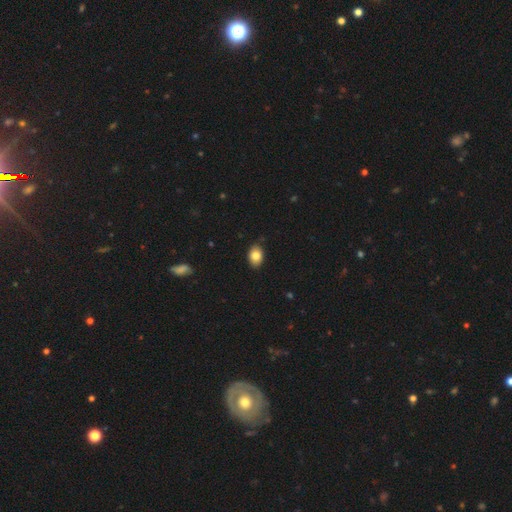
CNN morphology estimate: Smooth or featured: smooth — 84% (star or artifact — 8%)
How rounded: in between — 82% (round — 17%)
Merging: none — 86% (minor disturbance — 11%)